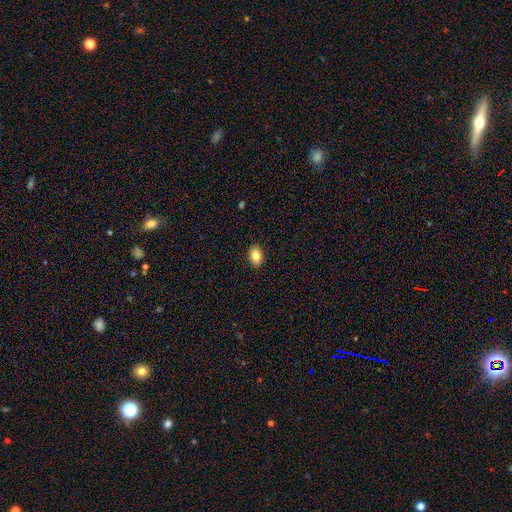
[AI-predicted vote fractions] Smooth or featured: smooth — 85% (star or artifact — 8%)
How rounded: in between — 85% (round — 14%)
Merging: none — 91% (minor disturbance — 7%)